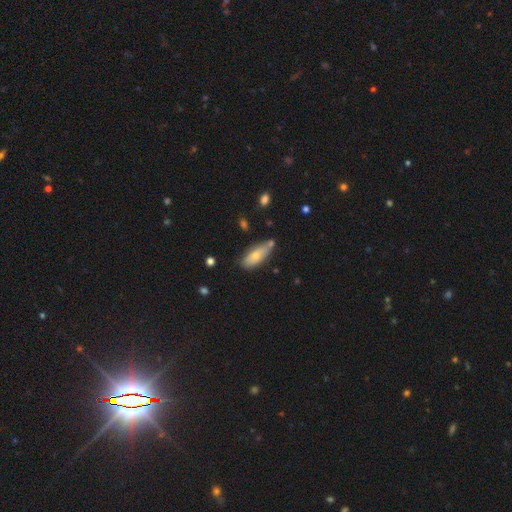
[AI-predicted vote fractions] Smooth or featured?
  - smooth: 72% *
  - featured or disk: 22%
  - star or artifact: 7%
How rounded?
  - in between: 77% *
  - cigar-shaped: 21%
  - round: 2%
Merging?
  - none: 63% *
  - minor disturbance: 23%
  - merger: 9%
  - major disturbance: 5%